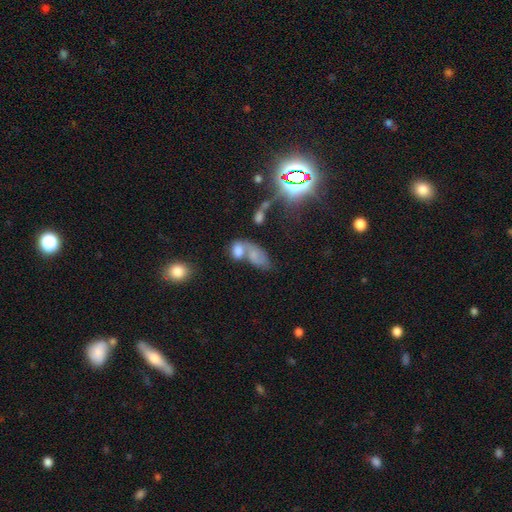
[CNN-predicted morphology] smooth 63%, featured or disk 22%, star or artifact 15%. Down the decision tree: how rounded — in between (85%); merging — merger (62%).